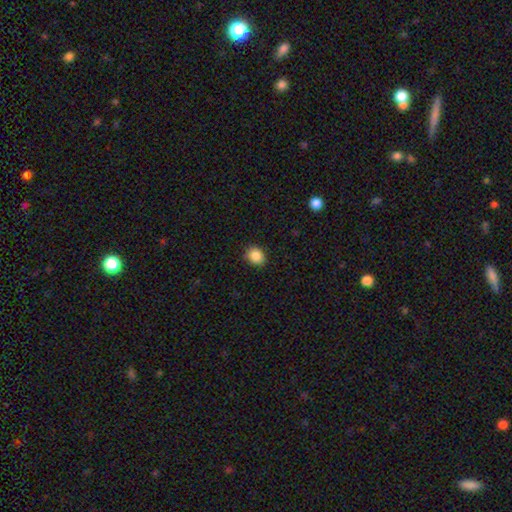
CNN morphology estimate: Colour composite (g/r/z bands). It shows a smooth galaxy with no disk features (86%) that is round (66%). Merging: none (82%).